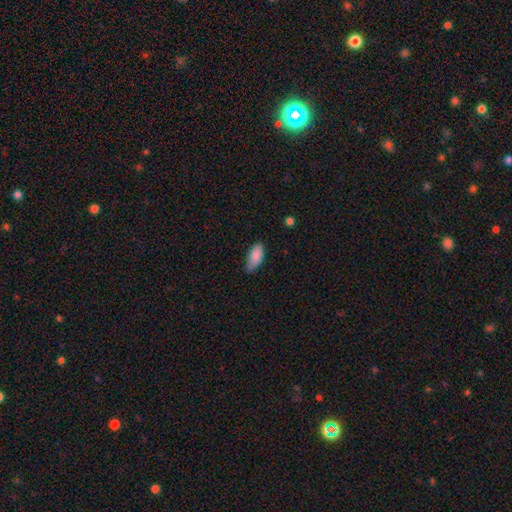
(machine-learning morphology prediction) Smooth or featured? Predicted: smooth (p=0.86). How rounded? Predicted: in between (p=0.87). Merging? Predicted: none (p=0.65).